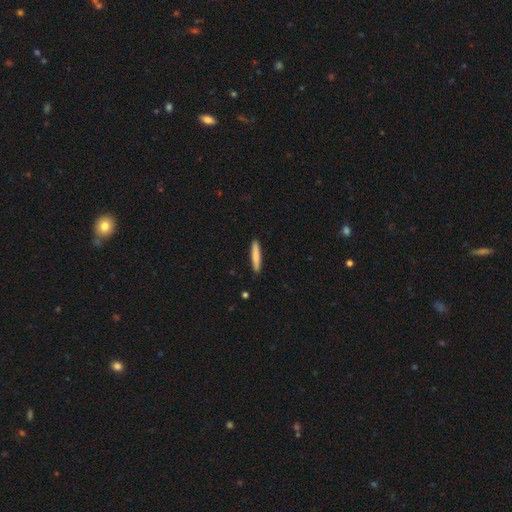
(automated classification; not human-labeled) Q: Smooth or featured?
A: smooth (80%); runner-up: featured or disk (14%)
Q: How rounded?
A: cigar-shaped (93%); runner-up: in between (6%)
Q: Merging?
A: none (91%); runner-up: minor disturbance (7%)